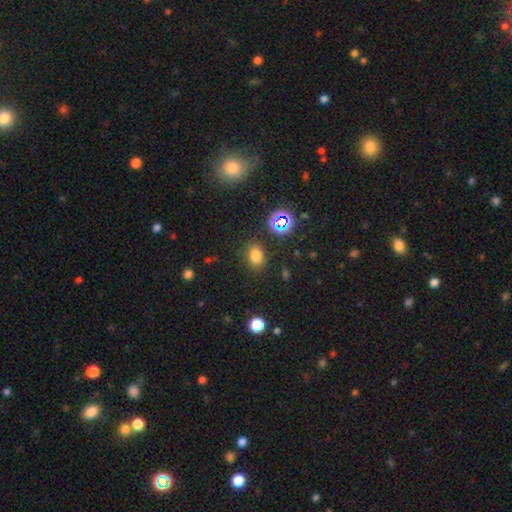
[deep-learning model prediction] Overall: smooth (74%). How rounded: in between (67%; round 32%). Merging: none (83%).